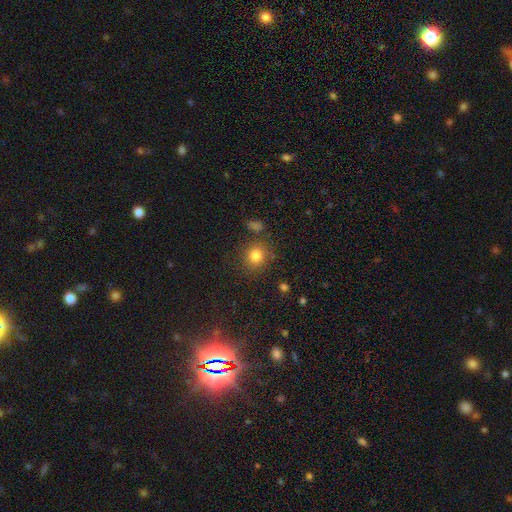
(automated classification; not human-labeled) A smooth galaxy with no disk features (81%) that is round (86%). Merging: none (80%).